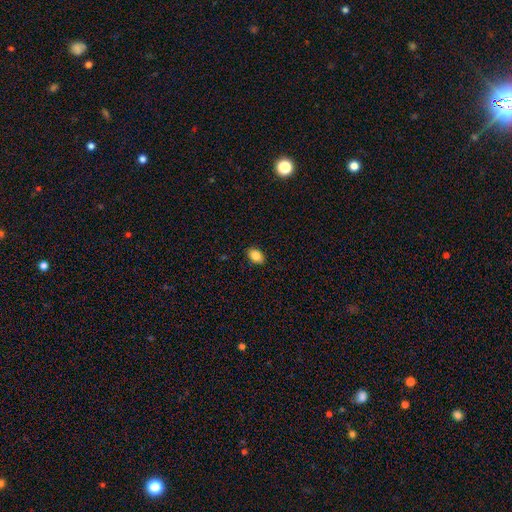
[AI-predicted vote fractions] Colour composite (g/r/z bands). It shows a smooth galaxy with no disk features (85%) that is in between round and cigar-shaped (79%). Merging: none (89%).